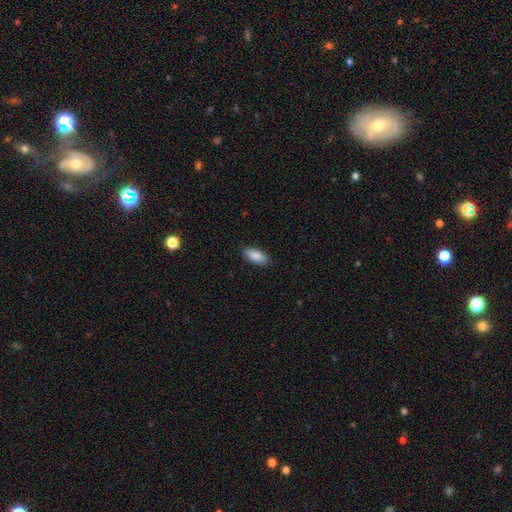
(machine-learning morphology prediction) Smooth or featured? smooth (89%)
How rounded? in between (85%)
Merging? none (88%)